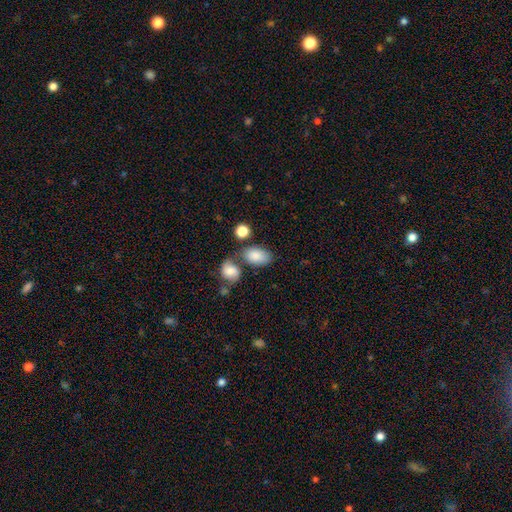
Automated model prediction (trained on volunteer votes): Smooth or featured?
  - smooth: 83% *
  - featured or disk: 9%
  - star or artifact: 7%
How rounded?
  - in between: 89% *
  - round: 9%
  - cigar-shaped: 2%
Merging?
  - none: 54% *
  - merger: 23%
  - minor disturbance: 17%
  - major disturbance: 6%